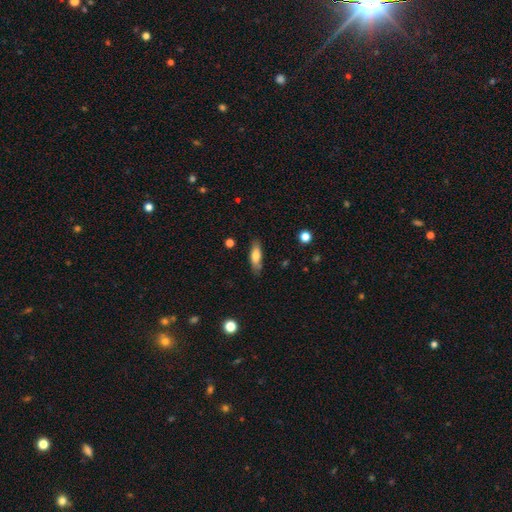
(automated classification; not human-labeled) This appears to be a smooth galaxy with no disk features (71%) that is in between round and cigar-shaped (54%). Merging: none (79%).